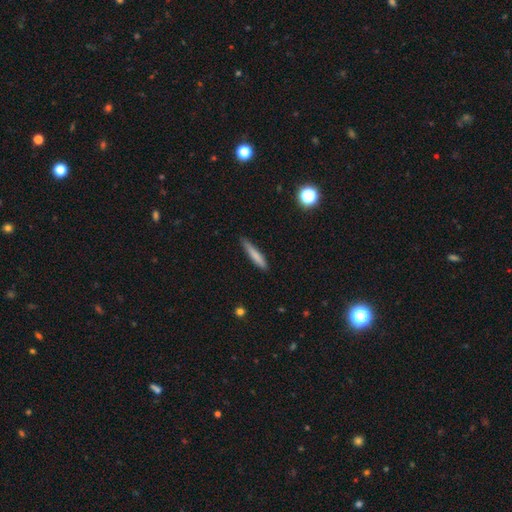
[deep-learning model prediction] Q: Smooth or featured?
A: smooth (77%); runner-up: featured or disk (17%)
Q: How rounded?
A: cigar-shaped (92%); runner-up: in between (7%)
Q: Merging?
A: none (80%); runner-up: minor disturbance (16%)